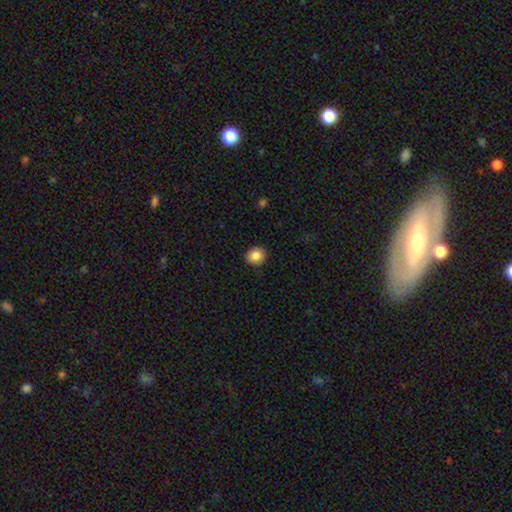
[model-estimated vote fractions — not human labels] Smooth or featured: smooth — 86% (star or artifact — 9%)
How rounded: round — 84% (in between — 15%)
Merging: none — 90% (minor disturbance — 7%)